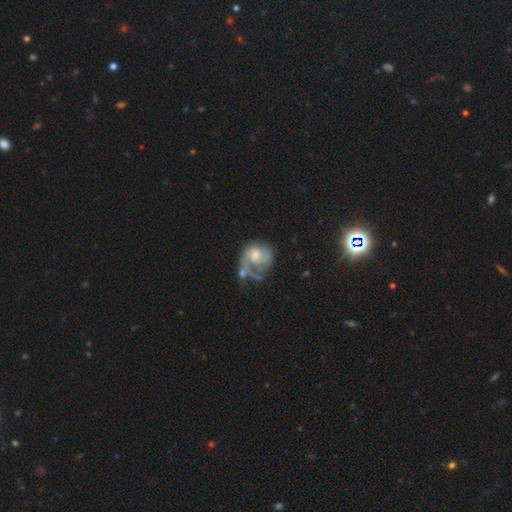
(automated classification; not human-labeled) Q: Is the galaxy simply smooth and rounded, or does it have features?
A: featured or disk — 63%.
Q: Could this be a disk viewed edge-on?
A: no — 98%.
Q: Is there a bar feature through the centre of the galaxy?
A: no — 65%.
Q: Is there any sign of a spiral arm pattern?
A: yes — 75%.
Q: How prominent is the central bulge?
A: moderate — 49%.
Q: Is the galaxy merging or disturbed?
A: major disturbance — 33%.